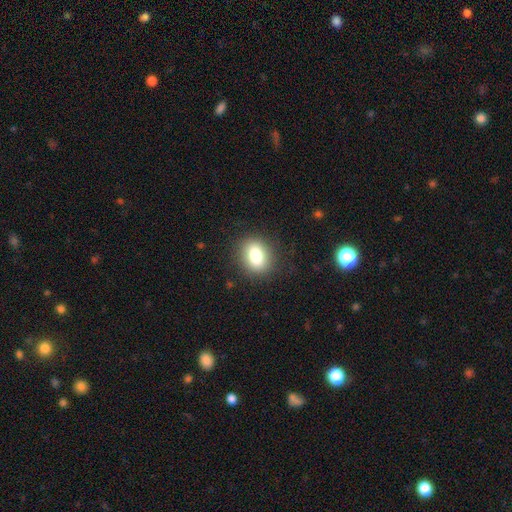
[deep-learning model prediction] The model was most divided on "how rounded": in between: 58%, round: 41%, cigar-shaped: 1%. More confident: merging — none (87%); smooth or featured — smooth (79%).